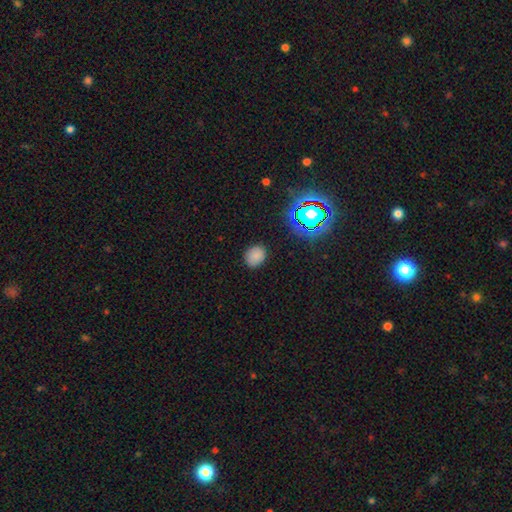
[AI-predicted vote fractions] Morphology: type=smooth (78%); roundness=round (56%); merging=none (85%).